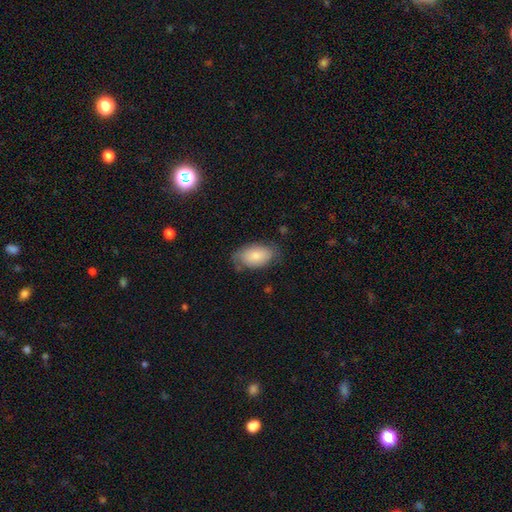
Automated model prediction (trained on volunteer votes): This appears to be a smooth galaxy with no disk features (76%) that is in between round and cigar-shaped (92%). Merging: none (63%).